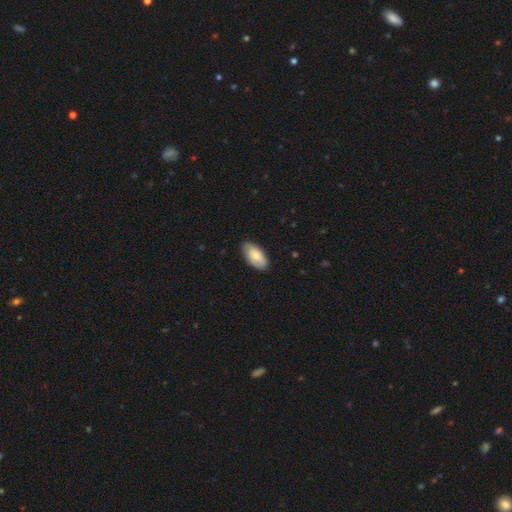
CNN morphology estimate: This is clearly a smooth galaxy (80%). How rounded: clearly in between (95%). Merging: clearly none (81%).